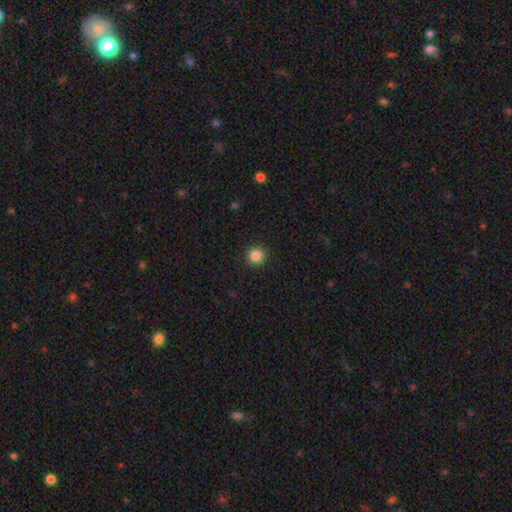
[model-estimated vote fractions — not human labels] Smooth or featured: smooth — 86% (star or artifact — 11%)
How rounded: round — 95% (in between — 4%)
Merging: none — 93% (minor disturbance — 5%)